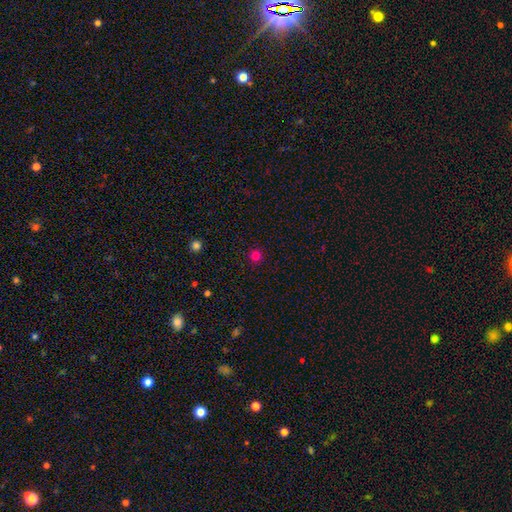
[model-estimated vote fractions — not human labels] Smooth or featured: smooth — 80% (star or artifact — 16%)
How rounded: round — 96% (in between — 3%)
Merging: none — 92% (minor disturbance — 5%)